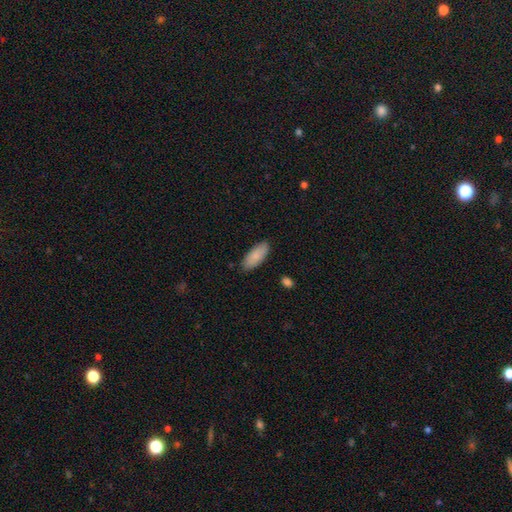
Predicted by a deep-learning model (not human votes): The model was most divided on "how rounded": in between: 80%, cigar-shaped: 19%, round: 2%. More confident: smooth or featured — smooth (86%); merging — none (85%).